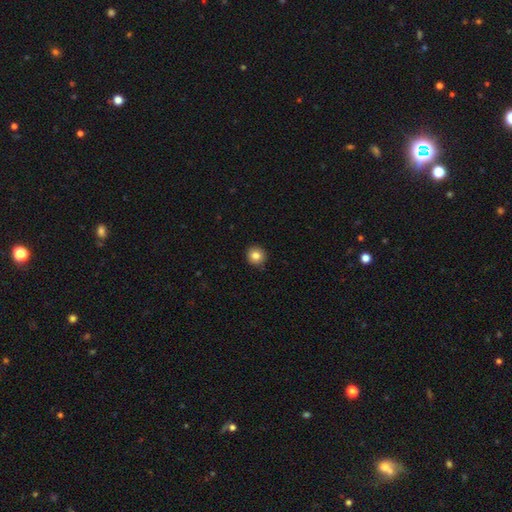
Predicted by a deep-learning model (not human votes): A smooth galaxy with no disk features (83%) that is round (92%).

Vote fractions:
- Smooth or featured? smooth: 83% / star or artifact: 10% / featured or disk: 7%
- How rounded? round: 92% / in between: 8% / cigar-shaped: 1%
- Merging? none: 91% / minor disturbance: 7% / major disturbance: 2% / merger: 1%